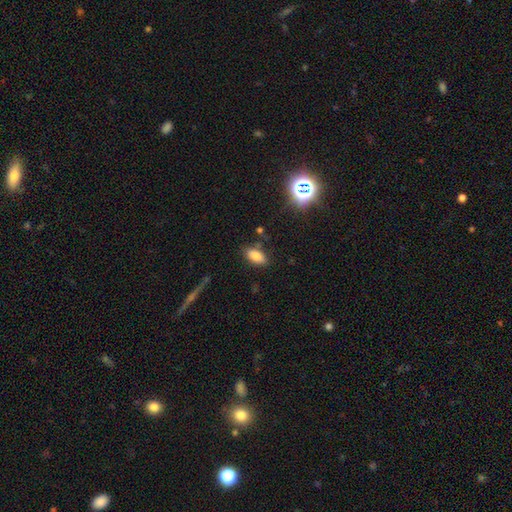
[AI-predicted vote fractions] A smooth galaxy with no disk features (82%) that is in between round and cigar-shaped (90%).

Vote fractions:
- Smooth or featured? smooth: 82% / star or artifact: 11% / featured or disk: 7%
- How rounded? in between: 90% / cigar-shaped: 6% / round: 4%
- Merging? none: 81% / minor disturbance: 13% / major disturbance: 3% / merger: 3%